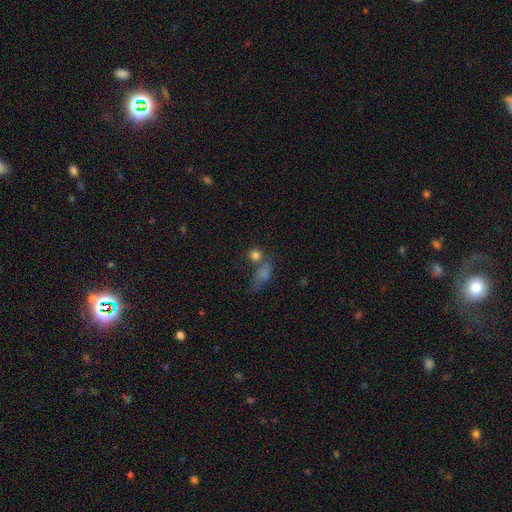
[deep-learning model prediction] smooth 76%, star or artifact 15%, featured or disk 9%. Down the decision tree: how rounded — round (81%); merging — none (52%).